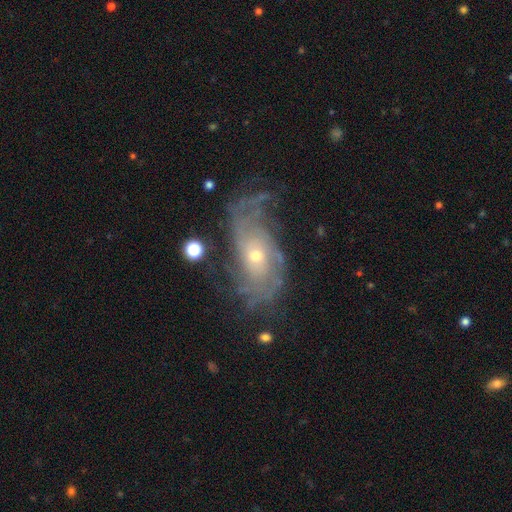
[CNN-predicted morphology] A featured or disk galaxy (83%) with no bar (75%), tight (51%) spiral arms (92%) and a small central bulge (61%). Merging: none (60%).